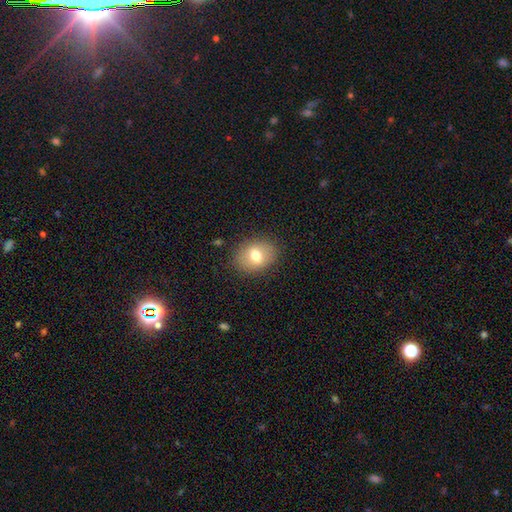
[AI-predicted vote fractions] smooth-or-featured: smooth: 71% | featured or disk: 20% | star or artifact: 9%
  how-rounded: in between: 59% | round: 40% | cigar-shaped: 1%
  merging: none: 86% | minor disturbance: 10% | major disturbance: 3% | merger: 1%